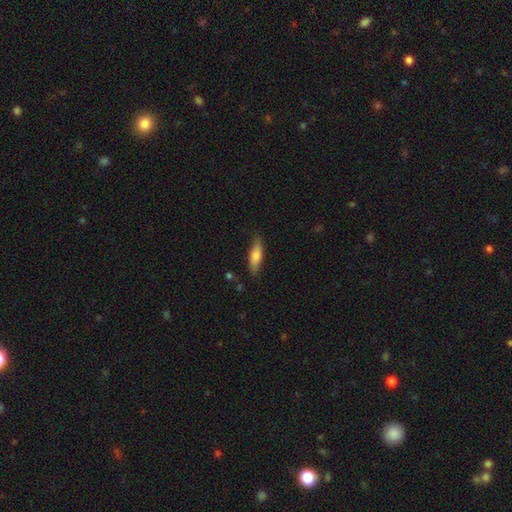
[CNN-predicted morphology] type=smooth (77%); roundness=cigar-shaped (50%); merging=none (82%).